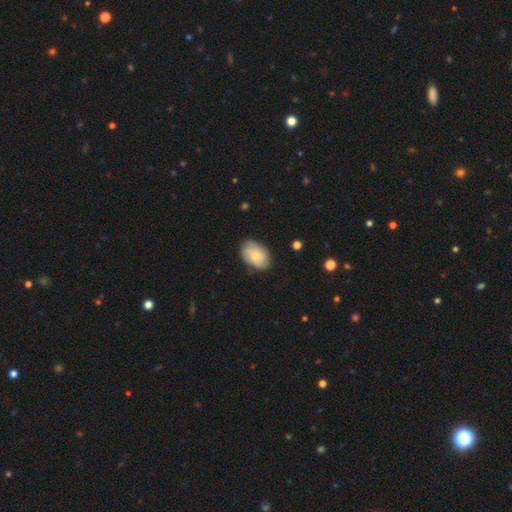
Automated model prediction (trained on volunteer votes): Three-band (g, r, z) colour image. It shows a featured or disk galaxy (50%). Merging: none (78%).